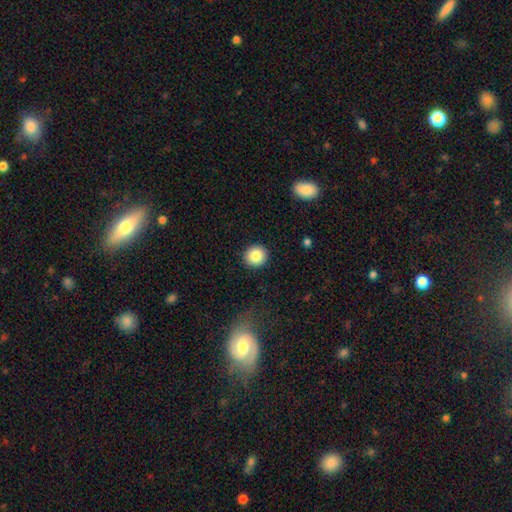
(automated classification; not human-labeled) Smooth or featured?
  - smooth: 85% *
  - star or artifact: 9%
  - featured or disk: 6%
How rounded?
  - round: 91% *
  - in between: 8%
  - cigar-shaped: 1%
Merging?
  - none: 92% *
  - minor disturbance: 5%
  - major disturbance: 2%
  - merger: 1%